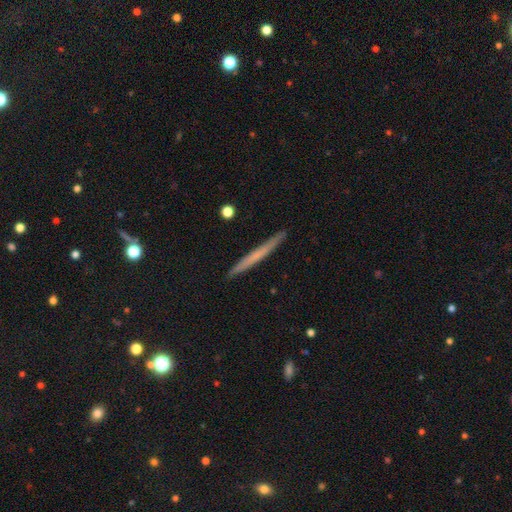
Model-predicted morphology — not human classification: Q: Smooth or featured?
A: smooth (52%); runner-up: featured or disk (42%)
Q: How rounded?
A: cigar-shaped (97%); runner-up: in between (2%)
Q: Merging?
A: none (92%); runner-up: minor disturbance (6%)